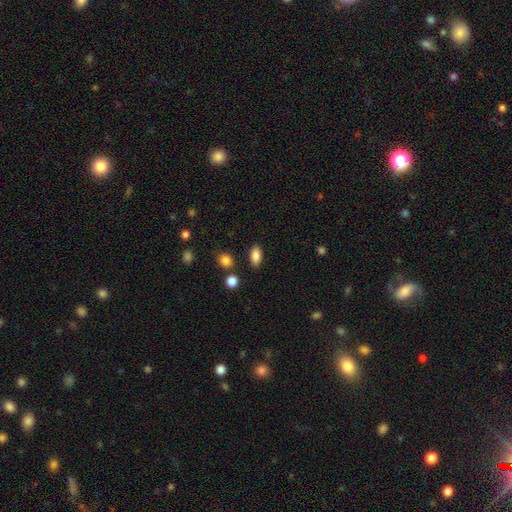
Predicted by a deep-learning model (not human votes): Smooth or featured? Predicted: smooth (p=0.86). How rounded? Predicted: in between (p=0.89). Merging? Predicted: none (p=0.85).